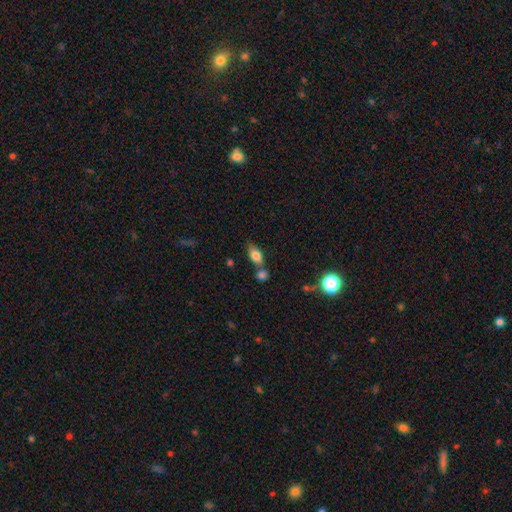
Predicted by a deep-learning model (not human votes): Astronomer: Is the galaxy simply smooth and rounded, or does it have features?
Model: smooth — 79%.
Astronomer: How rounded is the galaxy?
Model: in between — 84%.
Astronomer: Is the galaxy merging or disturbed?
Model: none — 53% (runner-up: merger, 29%).